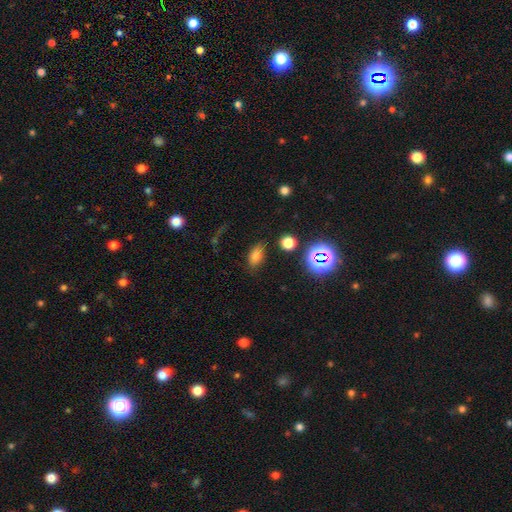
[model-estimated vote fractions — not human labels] smooth_or_featured: smooth (p=0.75) [alt: star or artifact p=0.17]
how_rounded: in between (p=0.85) [alt: round p=0.10]
merging: none (p=0.78) [alt: minor disturbance p=0.14]